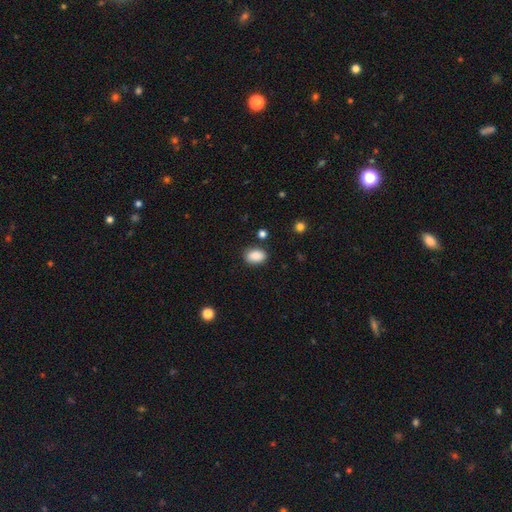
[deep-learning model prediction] This appears to be a smooth galaxy with no disk features (89%) that is in between round and cigar-shaped (83%). Merging: none (84%).